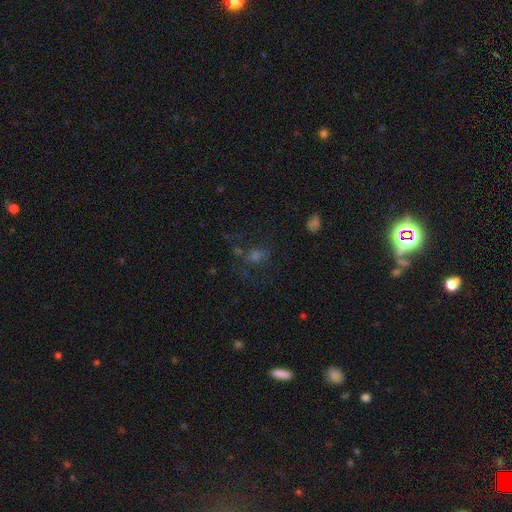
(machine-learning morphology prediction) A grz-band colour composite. It shows a star or artifact, not a galaxy (39%).